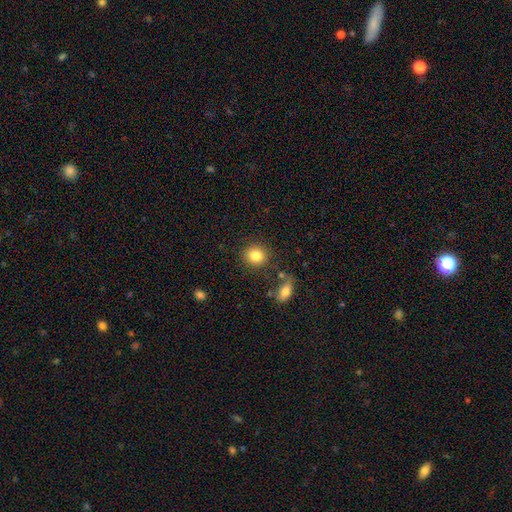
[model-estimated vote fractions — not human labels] The model was most divided on "how rounded": round: 83%, in between: 16%, cigar-shaped: 1%. More confident: smooth or featured — smooth (84%); merging — none (84%).